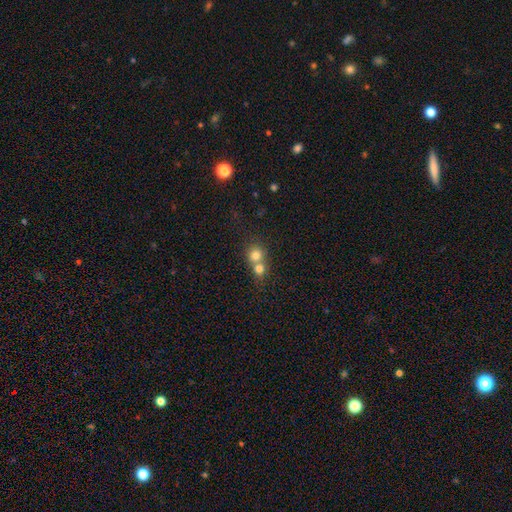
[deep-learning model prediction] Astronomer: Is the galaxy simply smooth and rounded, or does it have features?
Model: smooth — 77%.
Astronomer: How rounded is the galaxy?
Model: round — 84%.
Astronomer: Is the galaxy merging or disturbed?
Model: merger — 62%.